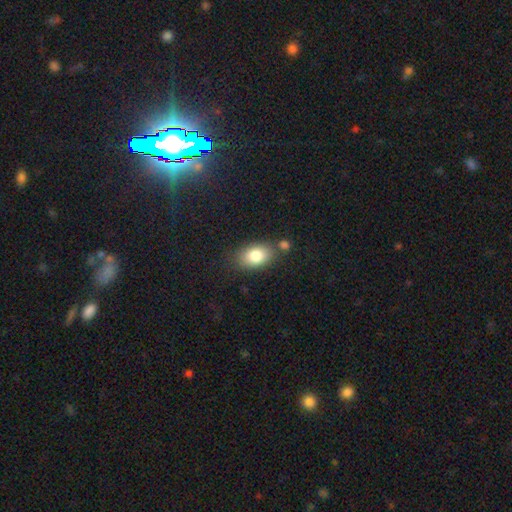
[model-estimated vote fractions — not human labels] This is clearly a smooth galaxy (81%). How rounded: clearly in between (86%). Merging: likely none (70%).